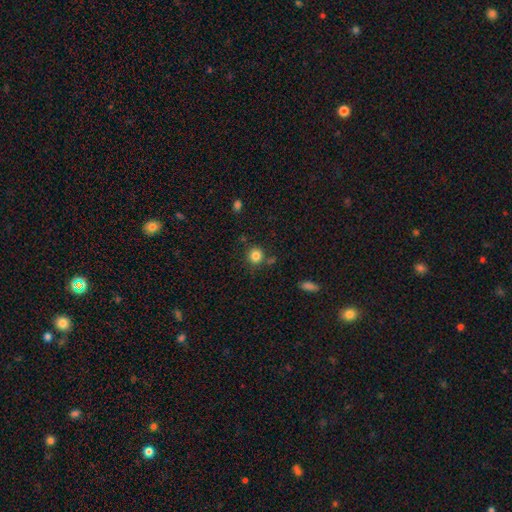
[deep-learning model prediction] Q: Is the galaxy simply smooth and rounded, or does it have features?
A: smooth — 84%.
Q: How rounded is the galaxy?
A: round — 91%.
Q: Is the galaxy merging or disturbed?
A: none — 80%.